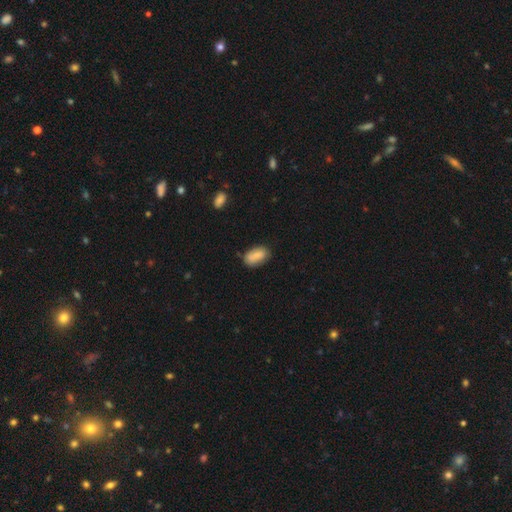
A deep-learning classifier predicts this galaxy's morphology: Smooth or featured: smooth — 86% (featured or disk — 7%)
How rounded: in between — 92% (cigar-shaped — 4%)
Merging: none — 76% (minor disturbance — 18%)